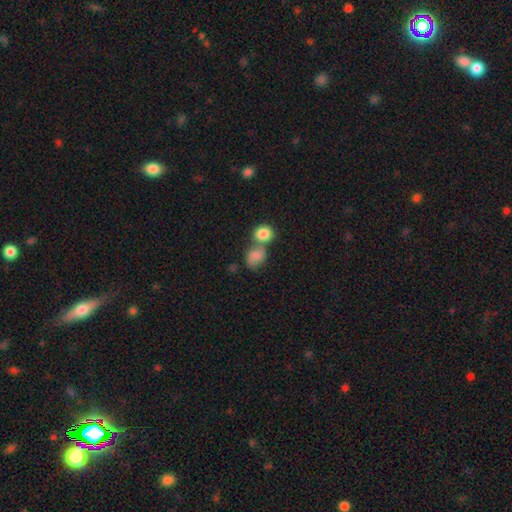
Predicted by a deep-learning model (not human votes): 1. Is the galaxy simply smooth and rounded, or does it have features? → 75% smooth, 15% featured or disk, 10% star or artifact.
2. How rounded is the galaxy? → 51% in between, 47% round, 2% cigar-shaped.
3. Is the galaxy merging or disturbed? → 54% merger, 28% none, 11% minor disturbance, 6% major disturbance.